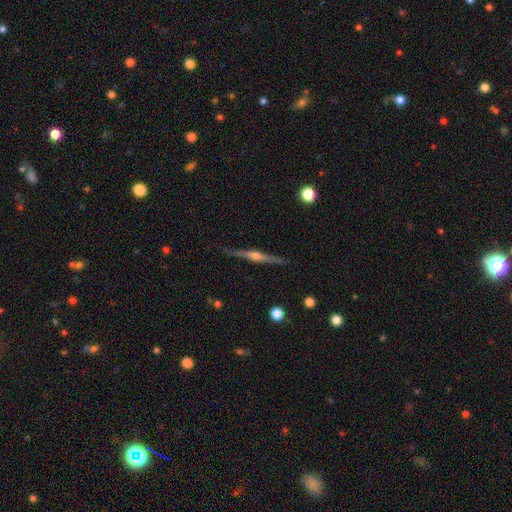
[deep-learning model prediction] This is clearly a featured or disk galaxy (83%). It is clearly viewed edge-on (98%). Edge-on bulge: clearly rounded (90%). Merging: clearly none (89%).